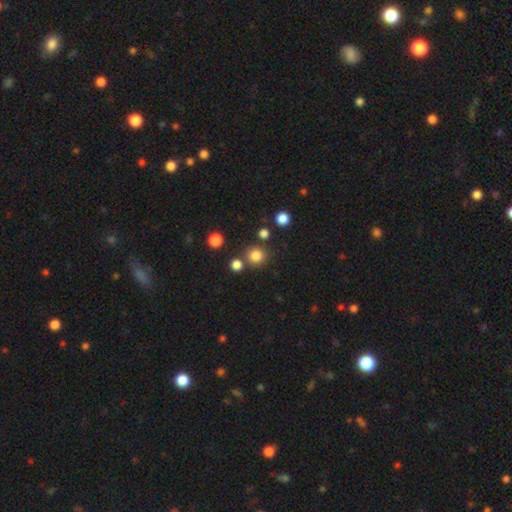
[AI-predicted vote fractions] Smooth or featured: smooth — 81% (star or artifact — 14%)
How rounded: round — 92% (in between — 7%)
Merging: none — 79% (merger — 11%)